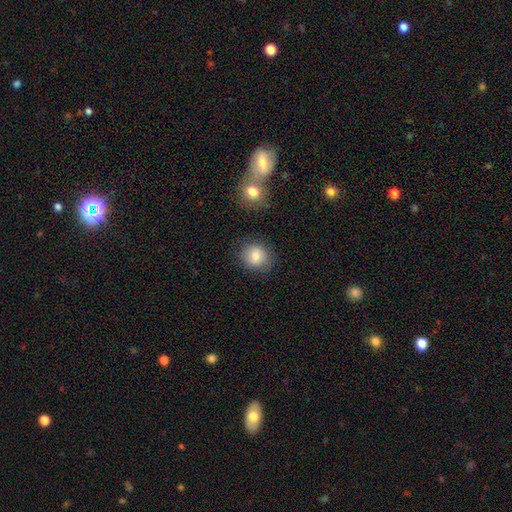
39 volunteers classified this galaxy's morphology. A smooth galaxy with no disk features (85%) that is round (73%).

Vote fractions:
- Smooth or featured? smooth: 85% / featured or disk: 8% / star or artifact: 8%
- How rounded? round: 73% / in between: 27% / cigar-shaped: 0%
- Merging? none: 81% / major disturbance: 8% / minor disturbance: 6% / merger: 6%